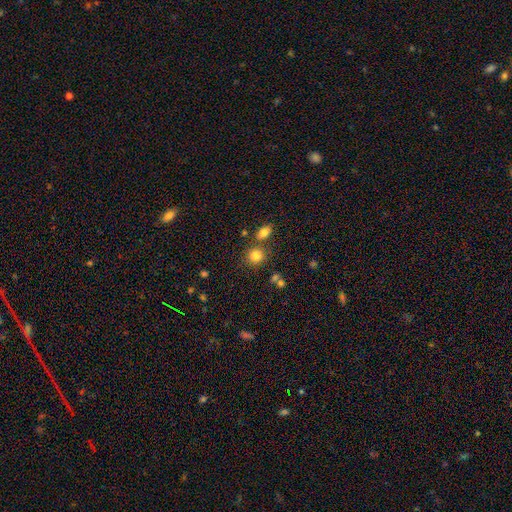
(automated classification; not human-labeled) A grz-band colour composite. It shows a smooth galaxy with no disk features (82%) that is round (80%). Merging: none (72%).